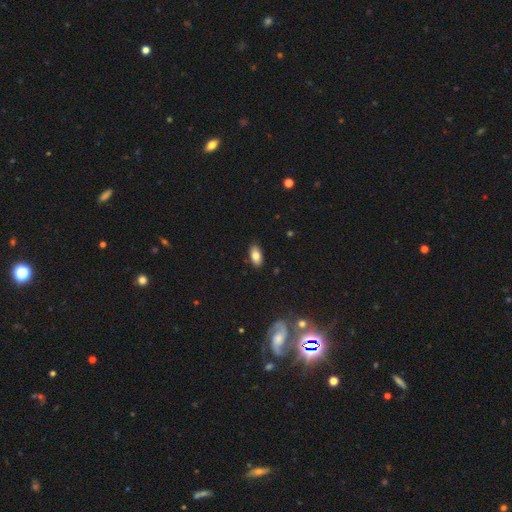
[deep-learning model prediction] Smooth or featured? smooth (81%)
How rounded? in between (92%)
Merging? none (88%)